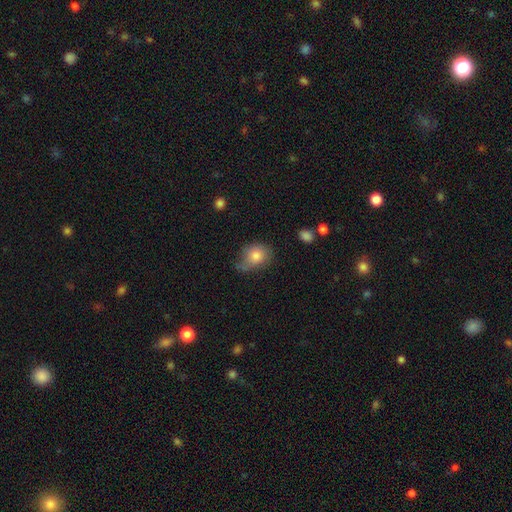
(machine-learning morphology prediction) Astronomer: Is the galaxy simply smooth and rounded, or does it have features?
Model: smooth — 79%.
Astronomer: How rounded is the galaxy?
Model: round — 55% (runner-up: in between, 43%).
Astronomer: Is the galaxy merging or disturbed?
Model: none — 44% (runner-up: minor disturbance, 36%).